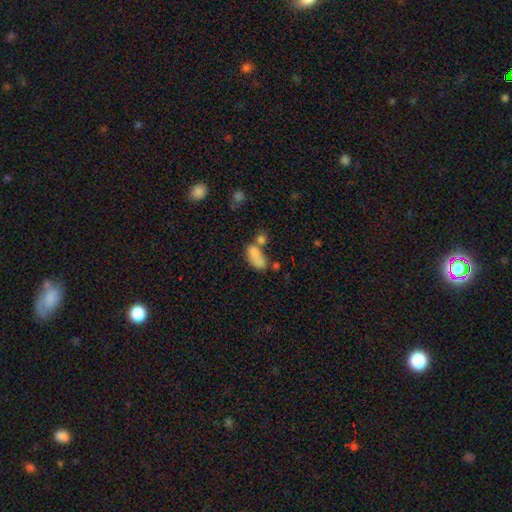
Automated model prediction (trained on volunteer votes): Smooth or featured? smooth (76%)
How rounded? in between (88%)
Merging? merger (43%)